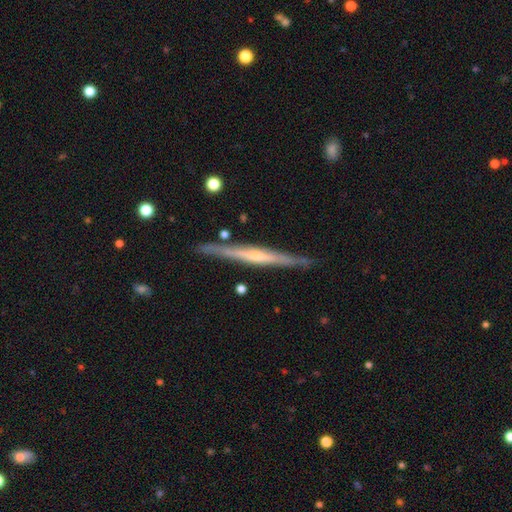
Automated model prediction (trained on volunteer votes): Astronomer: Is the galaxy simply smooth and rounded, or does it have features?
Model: featured or disk — 73%.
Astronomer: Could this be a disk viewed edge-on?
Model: yes — 97%.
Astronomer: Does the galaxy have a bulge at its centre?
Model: rounded — 55% (runner-up: none, 36%).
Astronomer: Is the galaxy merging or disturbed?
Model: none — 87%.